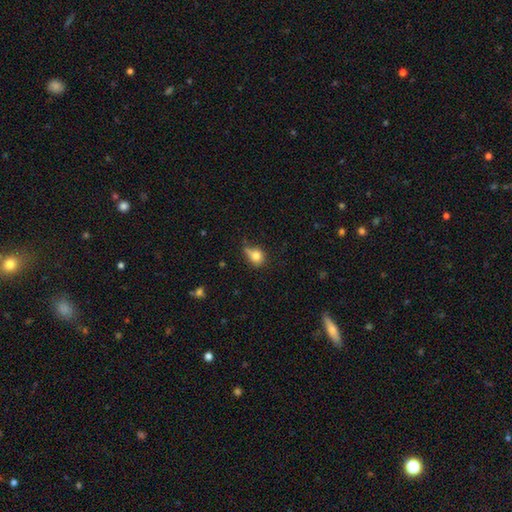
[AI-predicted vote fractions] Overall: smooth (78%). How rounded: round (60%; in between 38%). Merging: none (43%; minor disturbance 36%).